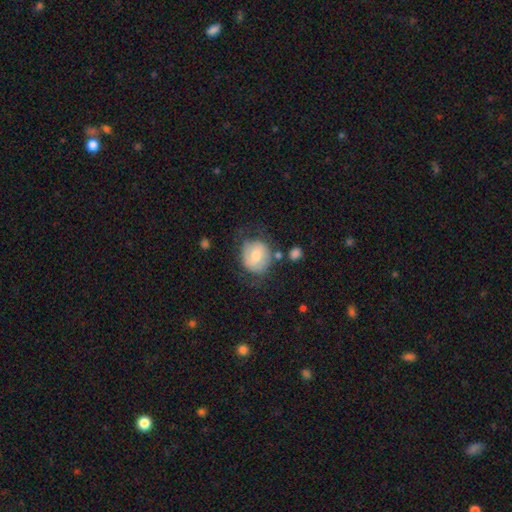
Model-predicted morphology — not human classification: A smooth galaxy with no disk features (64%) that is round (78%). Merging: none (56%).